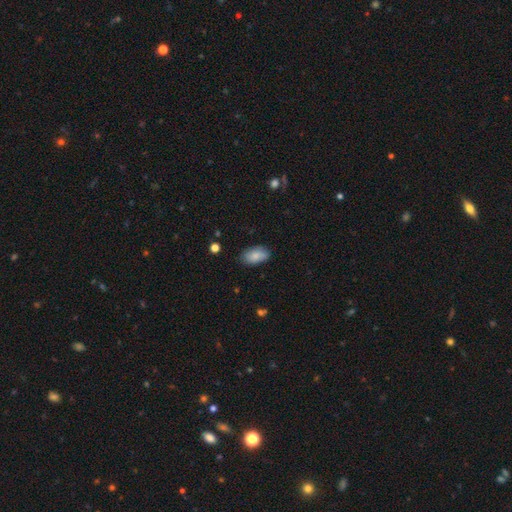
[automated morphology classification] Smooth or featured? Predicted: smooth (p=0.83). How rounded? Predicted: in between (p=0.94). Merging? Predicted: none (p=0.79).